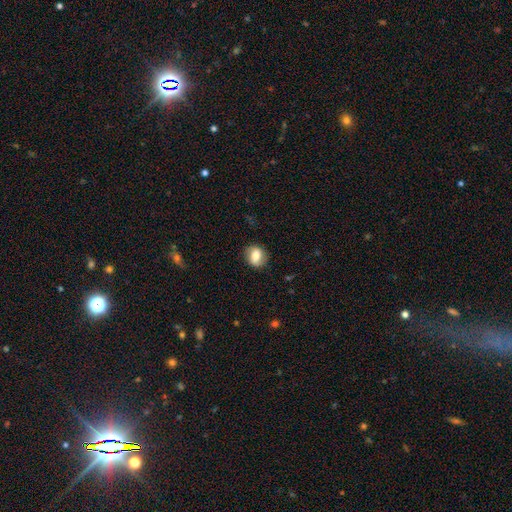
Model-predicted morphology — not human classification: smooth-or-featured: smooth: 63% | featured or disk: 28% | star or artifact: 9%
  how-rounded: round: 57% | in between: 42% | cigar-shaped: 1%
  merging: none: 81% | minor disturbance: 13% | major disturbance: 4% | merger: 1%